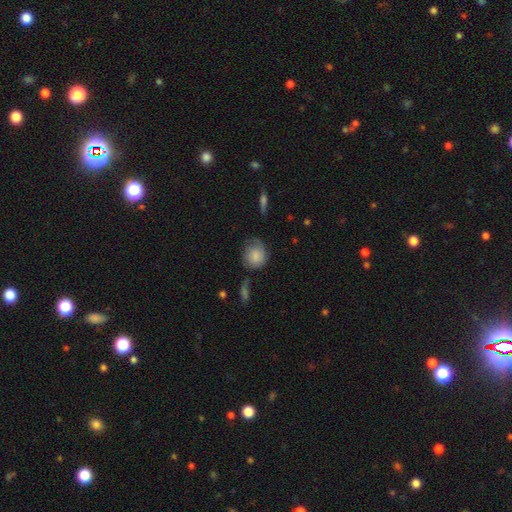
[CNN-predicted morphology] This is likely a smooth galaxy (75%). How rounded: likely round (72%). Merging: possibly none (57%).